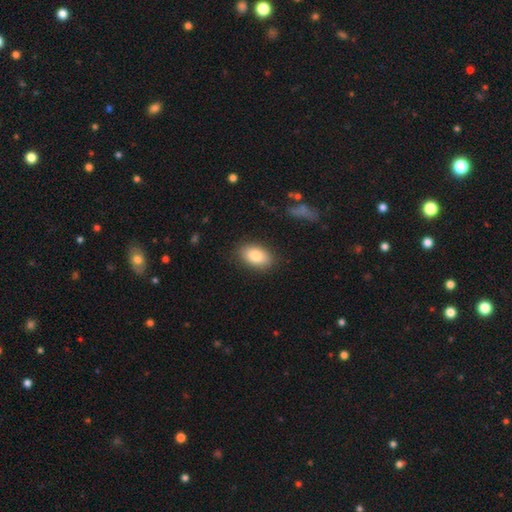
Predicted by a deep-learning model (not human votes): A smooth galaxy with no disk features (83%) that is in between round and cigar-shaped (91%). Merging: none (86%).